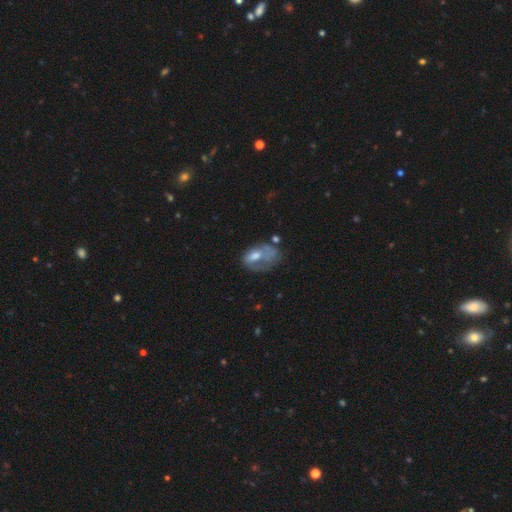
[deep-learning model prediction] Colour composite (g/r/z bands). It shows a smooth galaxy with no disk features (45%). Merging: major disturbance (40%).